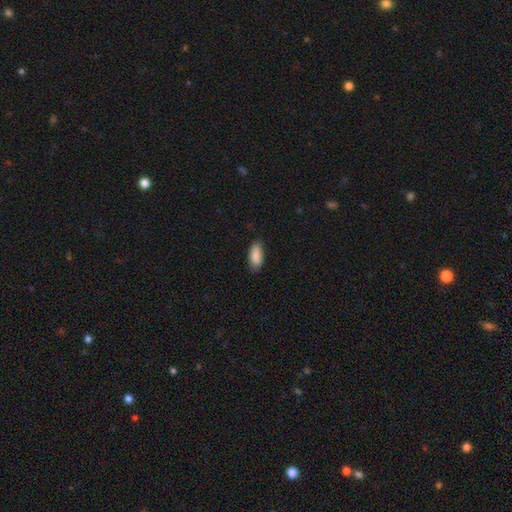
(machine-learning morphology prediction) Q: Smooth or featured?
A: smooth (88%); runner-up: star or artifact (7%)
Q: How rounded?
A: in between (85%); runner-up: cigar-shaped (13%)
Q: Merging?
A: none (78%); runner-up: minor disturbance (18%)